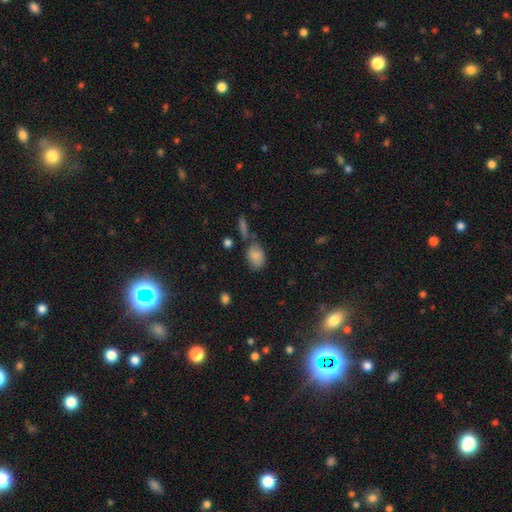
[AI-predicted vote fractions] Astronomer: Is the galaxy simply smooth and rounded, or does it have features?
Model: smooth — 83%.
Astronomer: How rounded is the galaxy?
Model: in between — 81%.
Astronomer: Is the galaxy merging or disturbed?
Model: none — 53%.